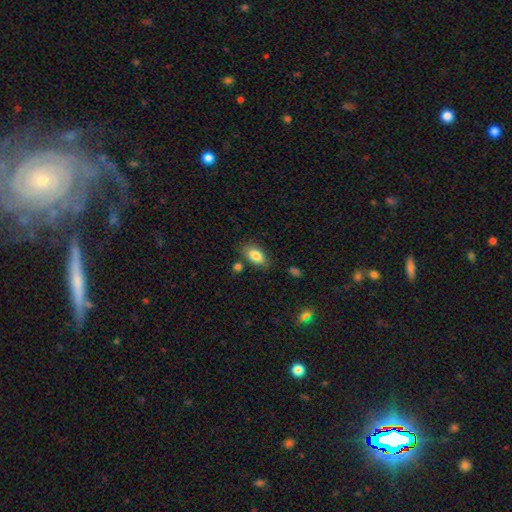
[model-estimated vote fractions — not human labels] Smooth or featured? smooth (83%)
How rounded? in between (91%)
Merging? none (77%)